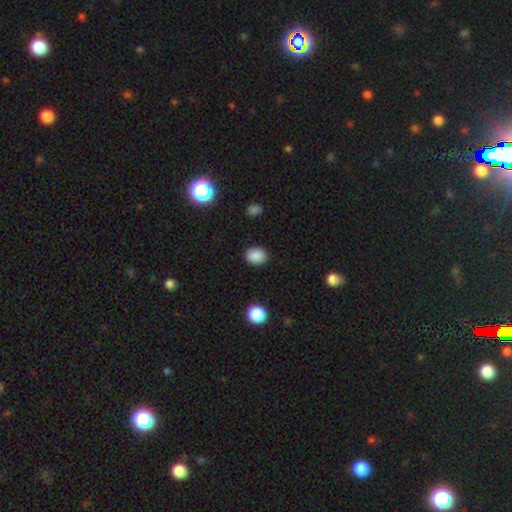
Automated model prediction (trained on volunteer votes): Overall: smooth (88%). How rounded: in between (55%; round 44%). Merging: none (88%).